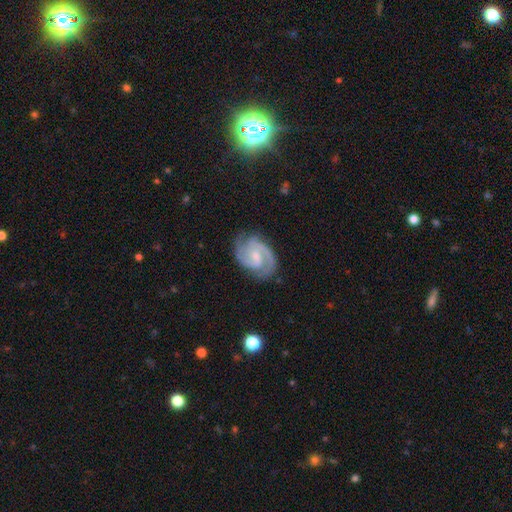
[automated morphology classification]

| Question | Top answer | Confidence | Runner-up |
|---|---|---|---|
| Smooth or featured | featured or disk | 89% | smooth (7%) |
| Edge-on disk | no | 98% | yes (2%) |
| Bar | weak | 52% | no (38%) |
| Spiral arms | yes | 98% | no (2%) |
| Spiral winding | medium | 51% | tight (39%) |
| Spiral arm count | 2 | 81% | 3 (9%) |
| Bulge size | small | 49% | moderate (34%) |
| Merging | none | 75% | minor disturbance (18%) |